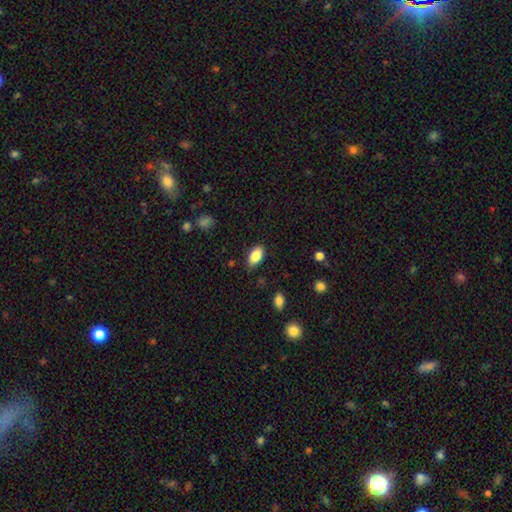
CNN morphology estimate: smooth 86%, star or artifact 7%, featured or disk 7%. Down the decision tree: how rounded — in between (92%); merging — none (81%).